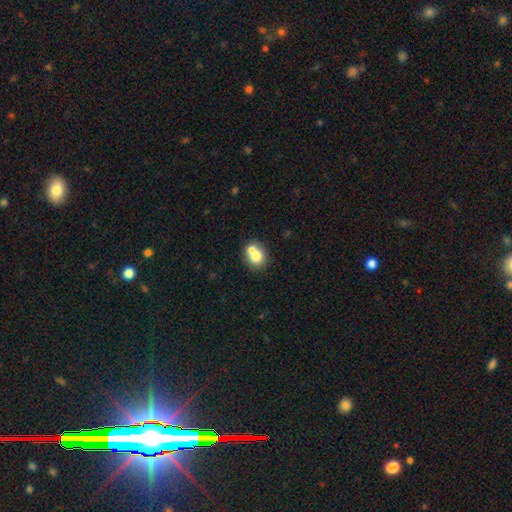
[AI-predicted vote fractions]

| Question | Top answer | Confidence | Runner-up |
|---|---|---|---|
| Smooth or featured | smooth | 72% | featured or disk (18%) |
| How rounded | round | 65% | in between (34%) |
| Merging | merger | 48% | none (41%) |